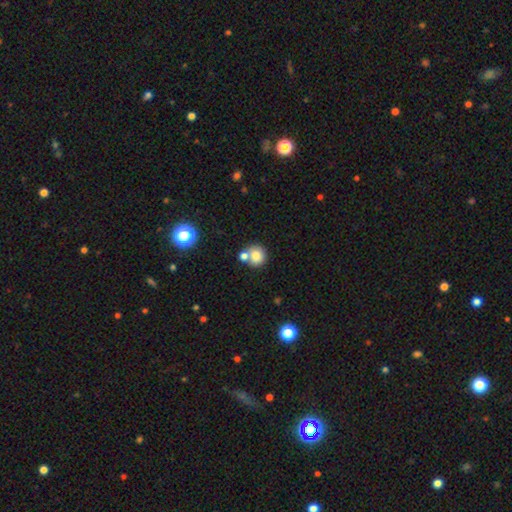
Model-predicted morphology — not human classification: A smooth galaxy with no disk features (79%) that is round (88%). Merging: none (52%).